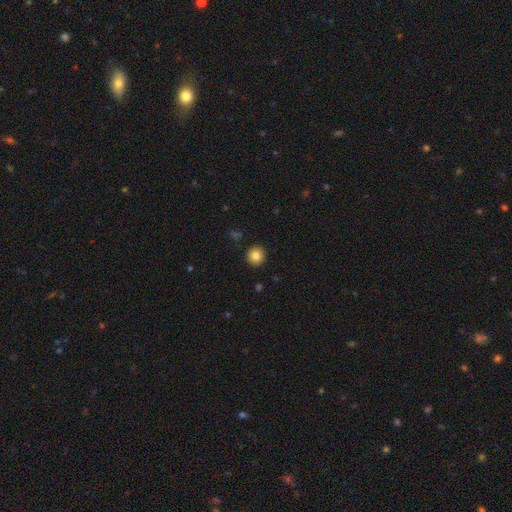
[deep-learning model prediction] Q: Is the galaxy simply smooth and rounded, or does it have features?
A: smooth — 83%.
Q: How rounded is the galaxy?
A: round — 92%.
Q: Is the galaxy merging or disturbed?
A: none — 92%.